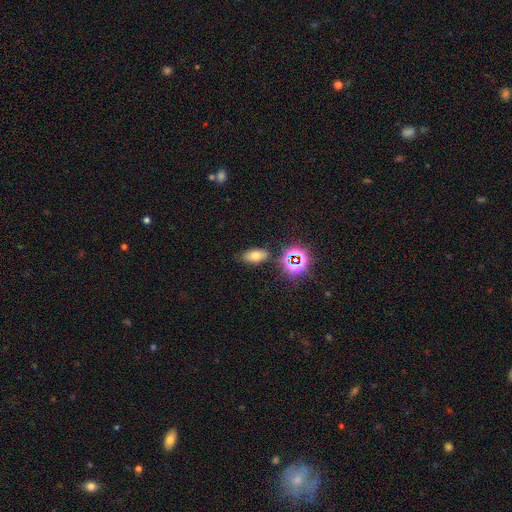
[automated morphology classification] This appears to be a smooth galaxy with no disk features (63%) that is in between round and cigar-shaped (85%). Merging: none (78%).